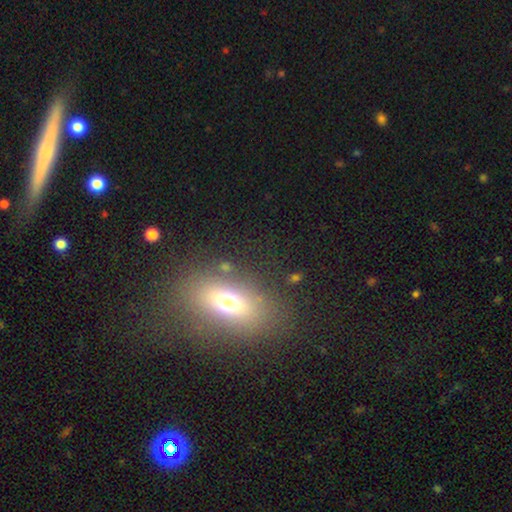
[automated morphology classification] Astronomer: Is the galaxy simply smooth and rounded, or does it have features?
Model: smooth — 62%.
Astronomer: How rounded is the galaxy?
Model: in between — 77%.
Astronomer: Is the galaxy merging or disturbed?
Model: none — 78%.